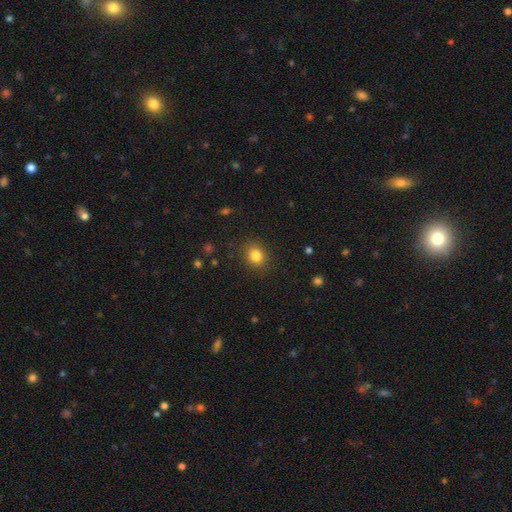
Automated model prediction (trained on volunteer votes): A smooth galaxy with no disk features (82%) that is round (71%). Merging: none (87%).